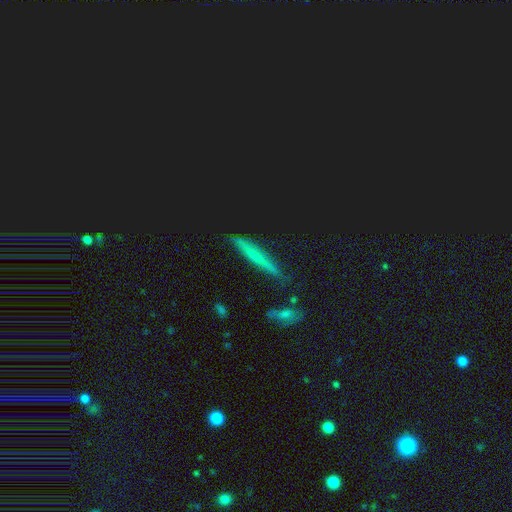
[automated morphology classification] smooth-or-featured: smooth: 44% | featured or disk: 29% | star or artifact: 27%
  merging: none: 80% | minor disturbance: 13% | major disturbance: 3% | merger: 3%